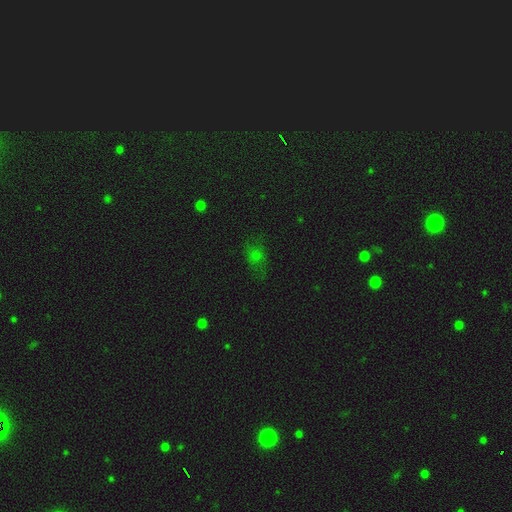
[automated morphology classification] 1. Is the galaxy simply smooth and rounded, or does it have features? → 59% smooth, 29% star or artifact, 13% featured or disk.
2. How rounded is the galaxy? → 57% in between, 40% round, 3% cigar-shaped.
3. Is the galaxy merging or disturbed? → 62% none, 23% minor disturbance, 13% major disturbance, 2% merger.